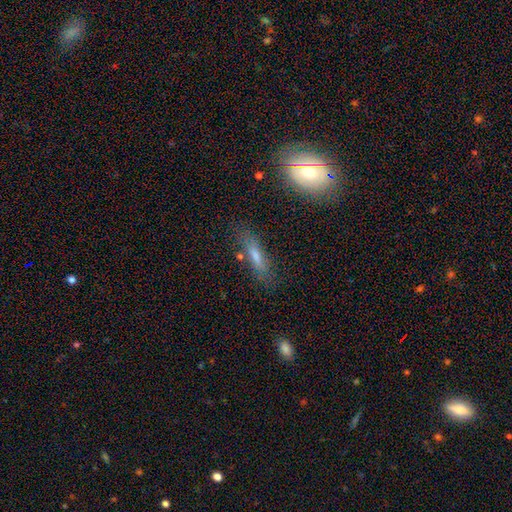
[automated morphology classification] Q: Smooth or featured?
A: smooth (55%); runner-up: featured or disk (32%)
Q: How rounded?
A: cigar-shaped (72%); runner-up: in between (25%)
Q: Merging?
A: none (75%); runner-up: minor disturbance (16%)